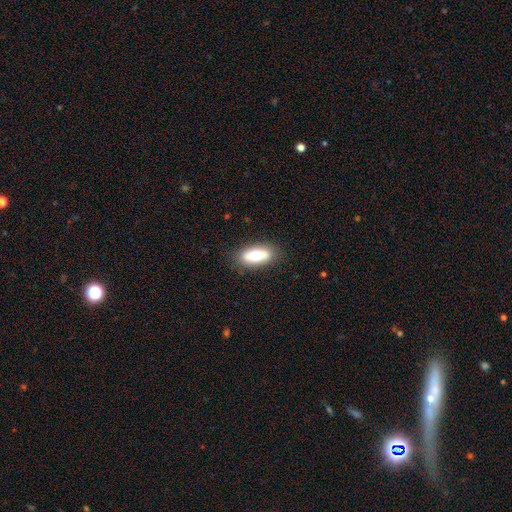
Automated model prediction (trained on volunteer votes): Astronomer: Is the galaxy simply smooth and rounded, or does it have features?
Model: smooth — 65%.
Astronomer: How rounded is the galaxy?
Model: in between — 78%.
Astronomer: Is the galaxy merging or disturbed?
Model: none — 85%.